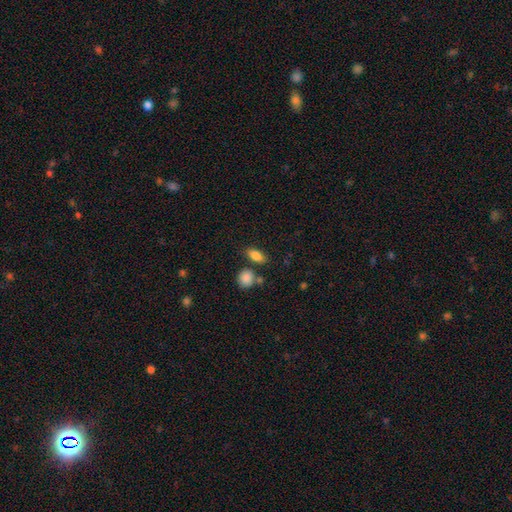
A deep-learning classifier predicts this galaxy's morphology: Overall: smooth (84%). How rounded: in between (81%). Merging: none (73%).